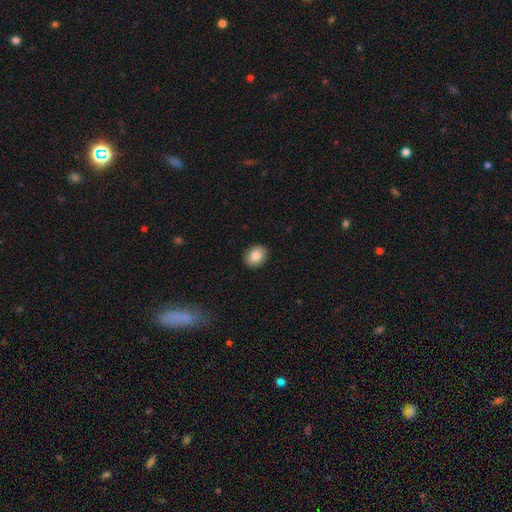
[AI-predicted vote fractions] Smooth or featured? Predicted: smooth (p=0.85). How rounded? Predicted: in between (p=0.51). Merging? Predicted: none (p=0.91).